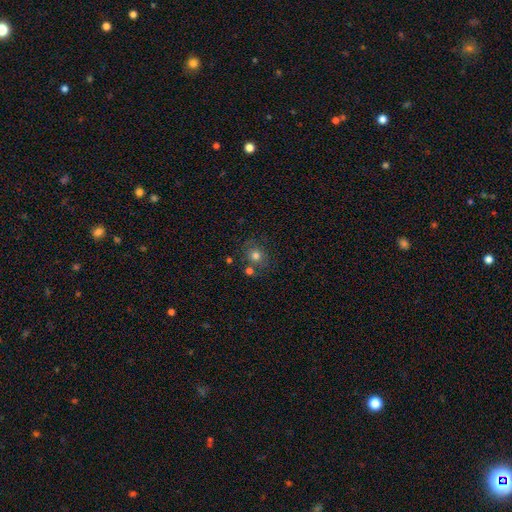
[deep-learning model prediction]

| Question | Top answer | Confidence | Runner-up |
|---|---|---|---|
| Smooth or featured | smooth | 73% | featured or disk (14%) |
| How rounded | round | 81% | in between (18%) |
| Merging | none | 68% | merger (14%) |